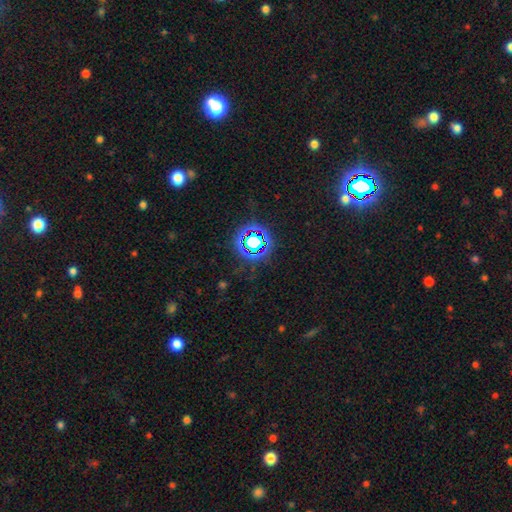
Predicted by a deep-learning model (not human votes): star or artifact 78%, smooth 15%, featured or disk 8%.